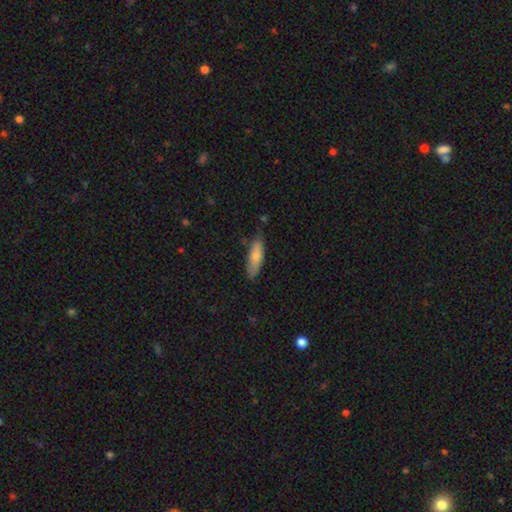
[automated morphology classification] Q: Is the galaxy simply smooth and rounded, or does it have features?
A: smooth — 76%.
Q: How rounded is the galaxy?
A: cigar-shaped — 53%.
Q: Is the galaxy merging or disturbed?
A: none — 75%.